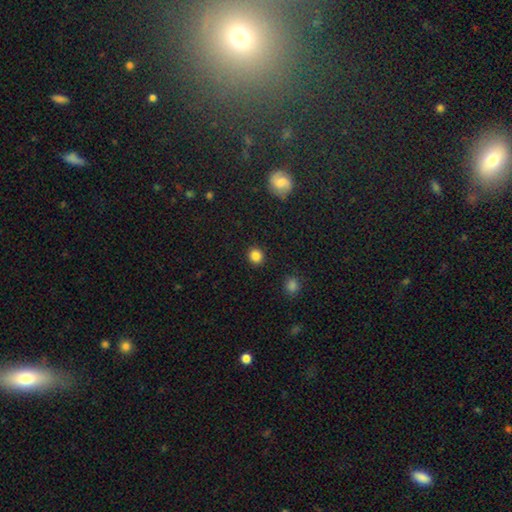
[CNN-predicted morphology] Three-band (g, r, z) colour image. It shows a smooth galaxy with no disk features (85%) that is round (88%). Merging: none (91%).